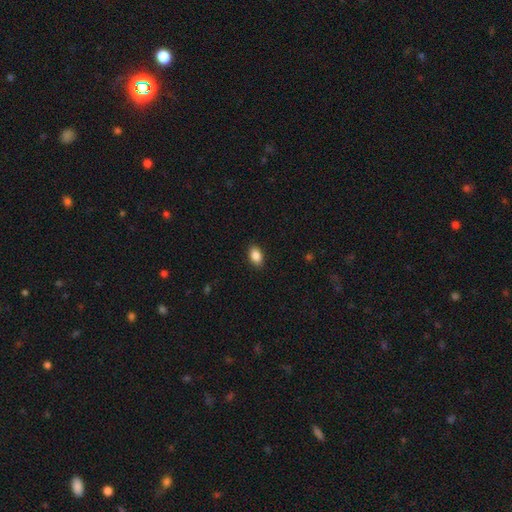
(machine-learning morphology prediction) The model was most divided on "how rounded": in between: 89%, round: 10%, cigar-shaped: 2%. More confident: merging — none (89%); smooth or featured — smooth (88%).